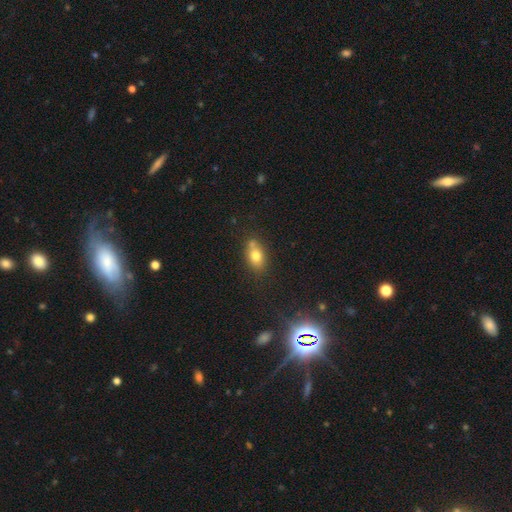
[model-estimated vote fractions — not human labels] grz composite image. It shows a smooth galaxy with no disk features (75%) that is in between round and cigar-shaped (76%). Merging: none (59%).